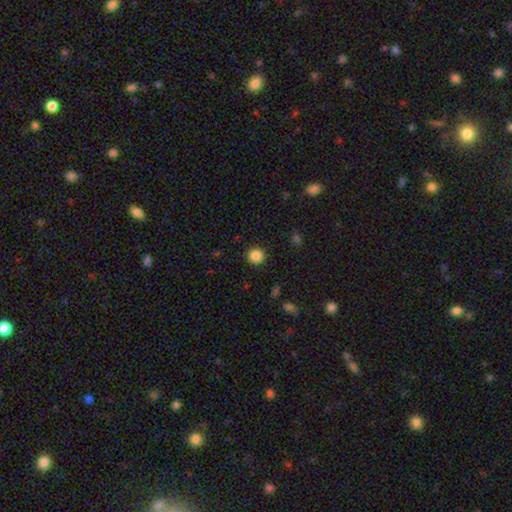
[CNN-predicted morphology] This appears to be a smooth galaxy with no disk features (86%) that is round (93%). Merging: none (91%).